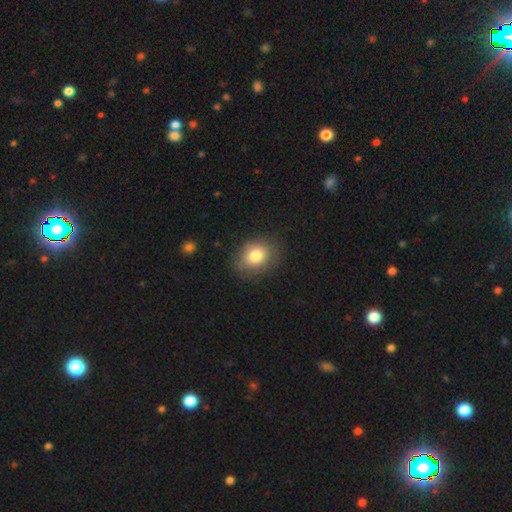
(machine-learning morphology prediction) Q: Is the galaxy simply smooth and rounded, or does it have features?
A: smooth — 81%.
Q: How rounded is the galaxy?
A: in between — 52%.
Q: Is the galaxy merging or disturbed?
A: none — 77%.